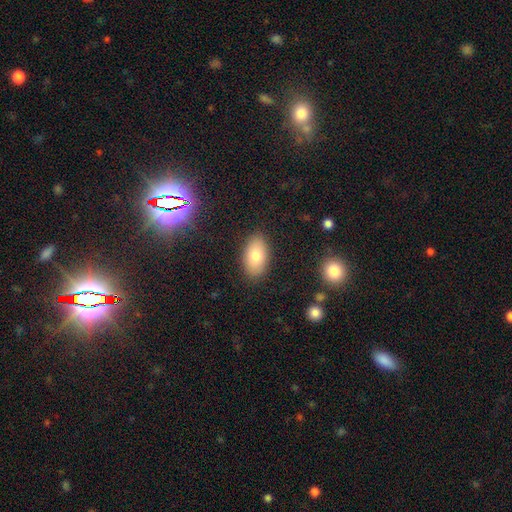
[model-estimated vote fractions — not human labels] This appears to be a smooth galaxy with no disk features (77%) that is in between round and cigar-shaped (93%). Merging: none (87%).